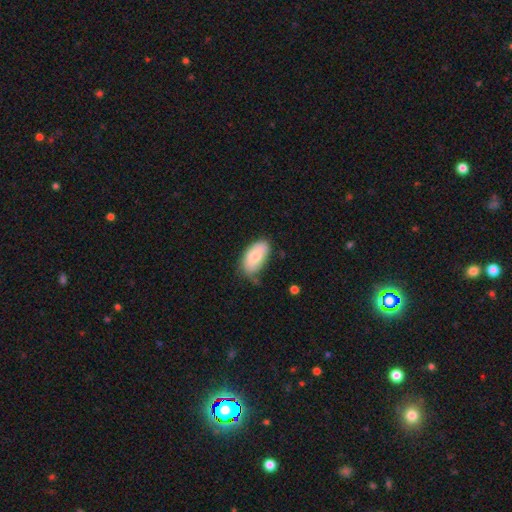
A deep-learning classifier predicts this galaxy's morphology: Smooth or featured? Predicted: smooth (p=0.76). How rounded? Predicted: in between (p=0.95). Merging? Predicted: none (p=0.57).